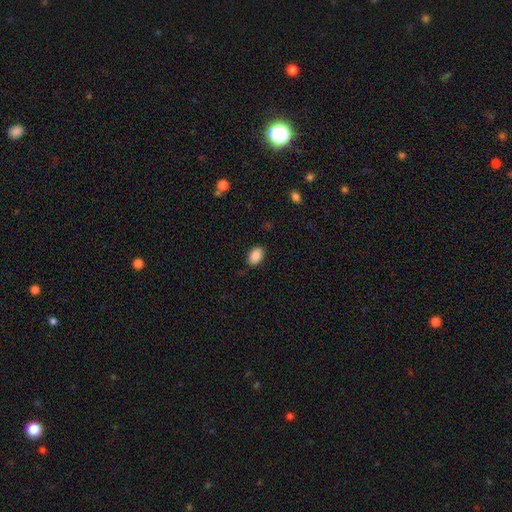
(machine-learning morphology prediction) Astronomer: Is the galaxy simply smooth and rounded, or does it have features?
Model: smooth — 89%.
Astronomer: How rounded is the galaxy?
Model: in between — 84%.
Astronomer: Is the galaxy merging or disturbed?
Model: none — 85%.